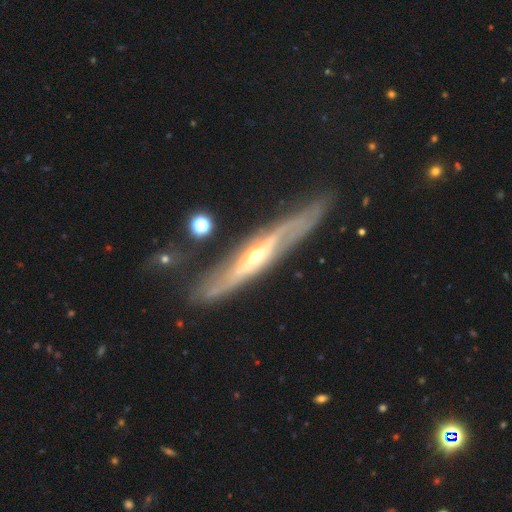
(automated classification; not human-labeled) Smooth or featured: featured or disk — 82% (smooth — 13%)
Edge-on disk: yes — 61% (no — 39%)
Merging: none — 74% (minor disturbance — 17%)